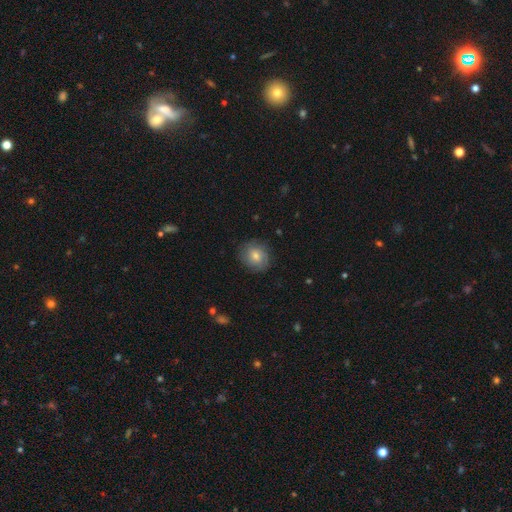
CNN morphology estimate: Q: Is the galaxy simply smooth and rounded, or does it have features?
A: smooth — 62%.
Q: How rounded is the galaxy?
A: round — 79%.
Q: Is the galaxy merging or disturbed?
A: none — 83%.